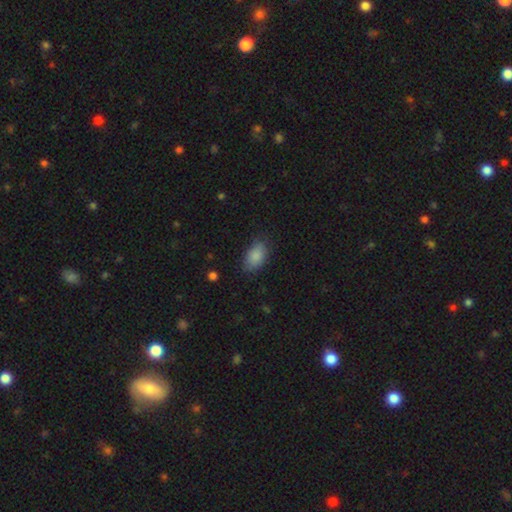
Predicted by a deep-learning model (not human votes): Overall: smooth (88%). How rounded: in between (92%). Merging: none (79%).